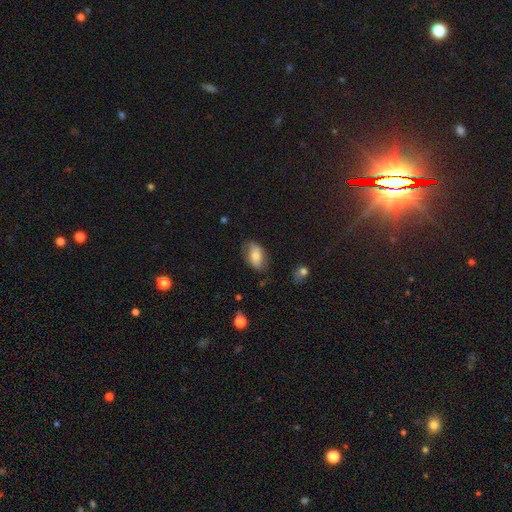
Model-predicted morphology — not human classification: smooth-or-featured: smooth: 68% | featured or disk: 25% | star or artifact: 7%
  how-rounded: in between: 90% | round: 7% | cigar-shaped: 3%
  merging: none: 67% | minor disturbance: 23% | major disturbance: 8% | merger: 2%